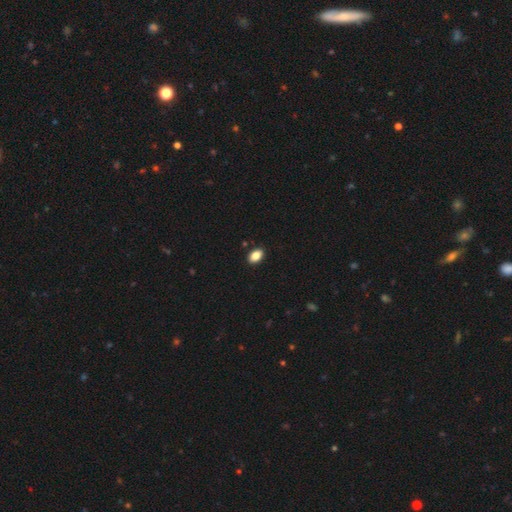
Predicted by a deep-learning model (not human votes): smooth 87%, star or artifact 8%, featured or disk 4%. Down the decision tree: how rounded — in between (88%); merging — none (90%).